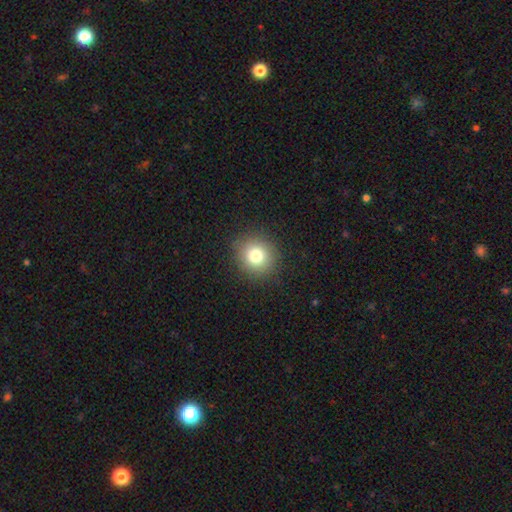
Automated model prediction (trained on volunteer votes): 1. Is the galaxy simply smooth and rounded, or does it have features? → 79% smooth, 12% star or artifact, 9% featured or disk.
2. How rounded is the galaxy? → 89% round, 10% in between, 1% cigar-shaped.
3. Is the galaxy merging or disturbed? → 89% none, 7% minor disturbance, 3% major disturbance, 1% merger.